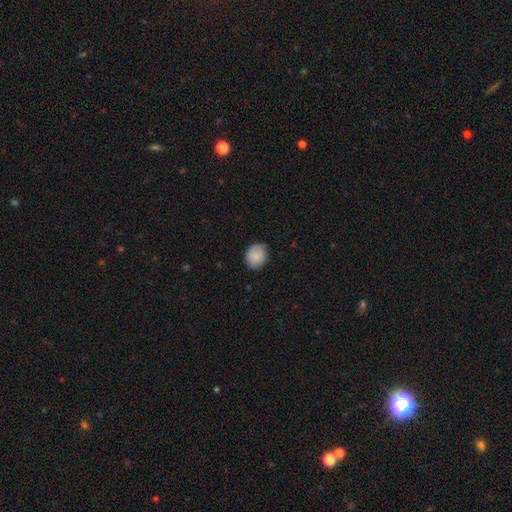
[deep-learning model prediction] Smooth or featured?
  - smooth: 86% *
  - featured or disk: 7%
  - star or artifact: 7%
How rounded?
  - round: 68% *
  - in between: 31%
  - cigar-shaped: 1%
Merging?
  - none: 73% *
  - minor disturbance: 23%
  - major disturbance: 4%
  - merger: 1%